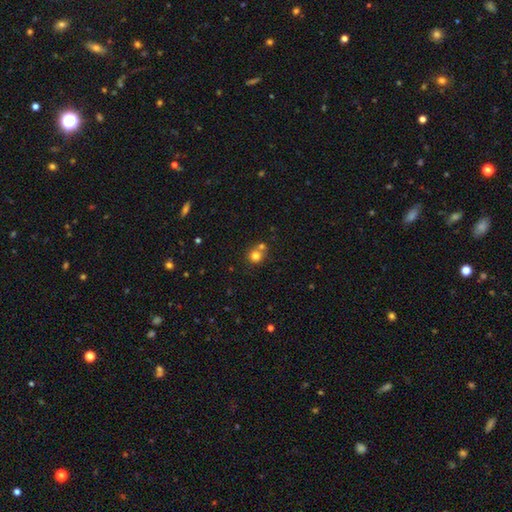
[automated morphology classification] Smooth or featured? smooth (78%)
How rounded? round (89%)
Merging? none (56%)